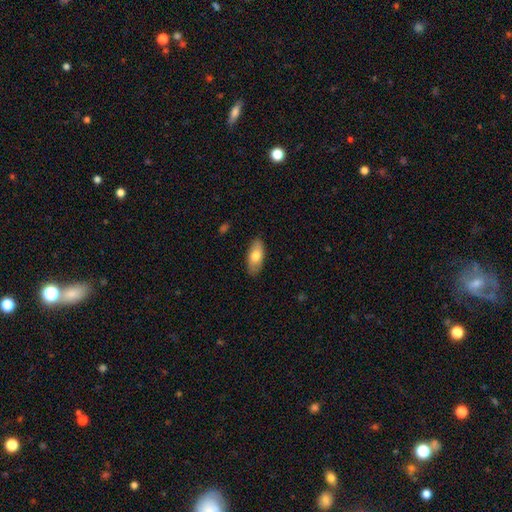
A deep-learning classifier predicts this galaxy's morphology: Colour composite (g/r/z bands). It shows a smooth galaxy with no disk features (76%) that is in between round and cigar-shaped (88%). Merging: none (85%).